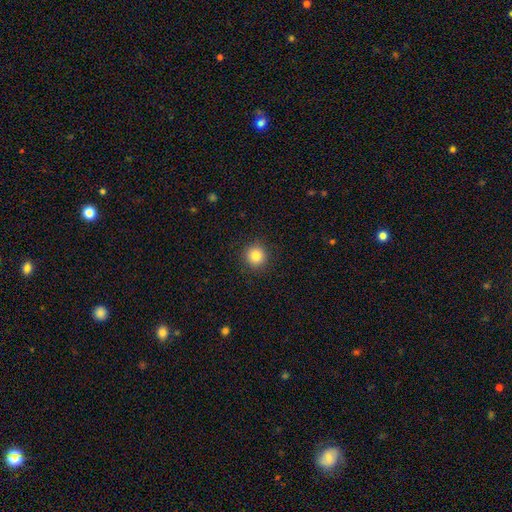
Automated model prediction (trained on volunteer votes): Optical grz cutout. It shows a smooth galaxy with no disk features (83%) that is round (95%). Merging: none (92%).